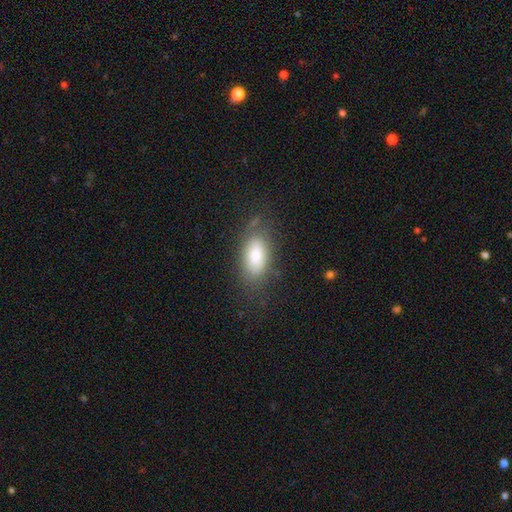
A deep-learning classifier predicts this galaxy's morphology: Overall: smooth (81%). How rounded: in between (89%). Merging: none (70%).